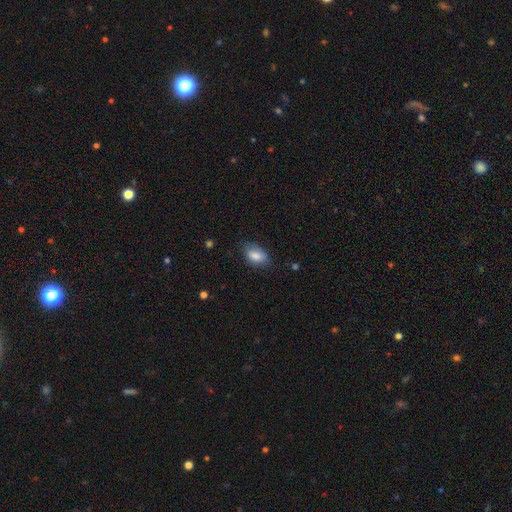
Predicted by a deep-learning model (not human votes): Overall: smooth (83%). How rounded: in between (90%). Merging: none (68%).